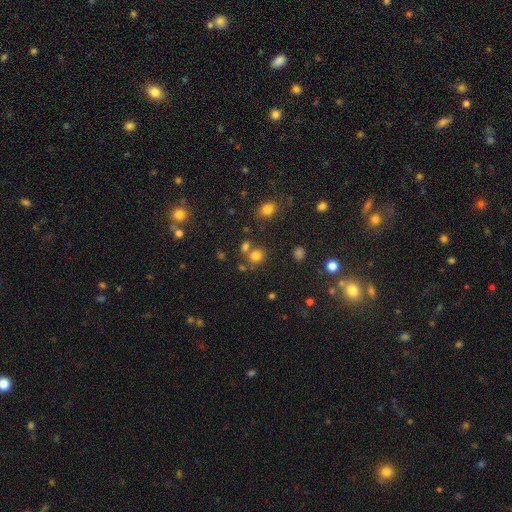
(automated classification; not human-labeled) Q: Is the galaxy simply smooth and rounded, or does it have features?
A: smooth — 76%.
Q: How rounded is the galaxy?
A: round — 81%.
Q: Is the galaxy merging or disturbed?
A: none — 63%.